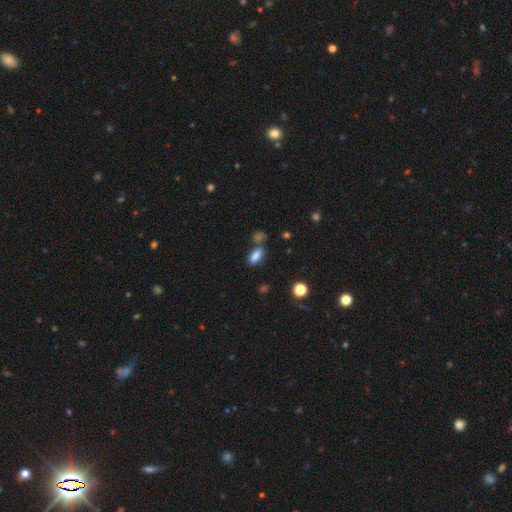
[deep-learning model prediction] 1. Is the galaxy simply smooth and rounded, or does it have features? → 83% smooth, 10% star or artifact, 7% featured or disk.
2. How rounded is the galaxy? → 86% in between, 10% cigar-shaped, 5% round.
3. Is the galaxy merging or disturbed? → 63% none, 19% merger, 13% minor disturbance, 5% major disturbance.